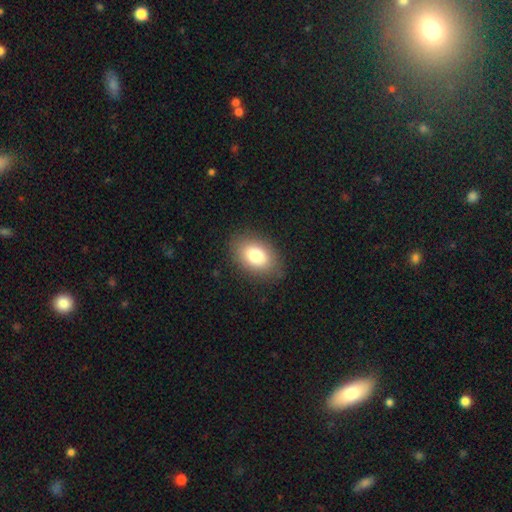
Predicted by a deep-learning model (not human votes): Morphology: type=smooth (80%); roundness=in between (84%); merging=none (84%).